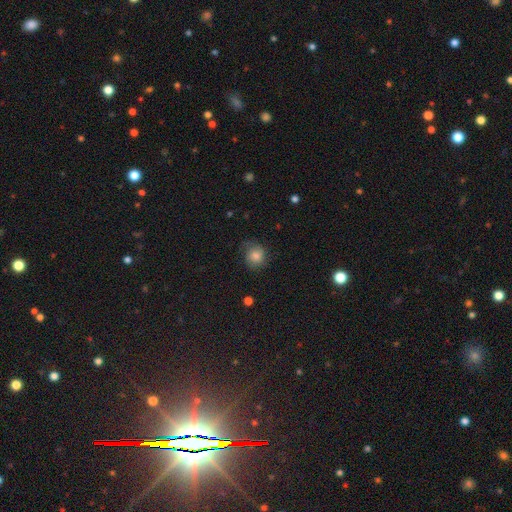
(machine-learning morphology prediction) A smooth galaxy with no disk features (73%) that is round (82%).

Vote fractions:
- Smooth or featured? smooth: 73% / featured or disk: 17% / star or artifact: 10%
- How rounded? round: 82% / in between: 17% / cigar-shaped: 1%
- Merging? none: 67% / minor disturbance: 23% / major disturbance: 9% / merger: 1%